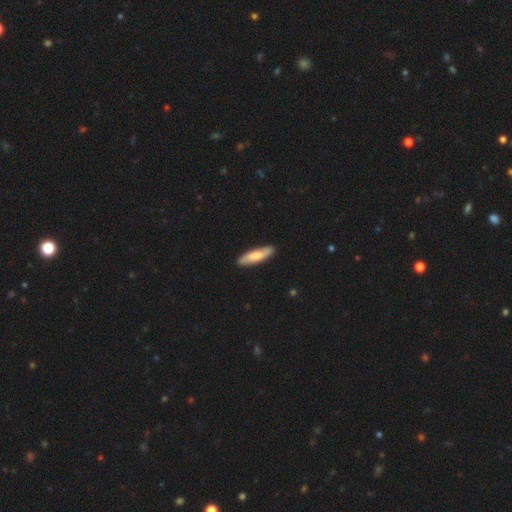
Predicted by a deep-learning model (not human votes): Q: Smooth or featured?
A: smooth (70%); runner-up: featured or disk (25%)
Q: How rounded?
A: cigar-shaped (68%); runner-up: in between (30%)
Q: Merging?
A: none (88%); runner-up: minor disturbance (9%)